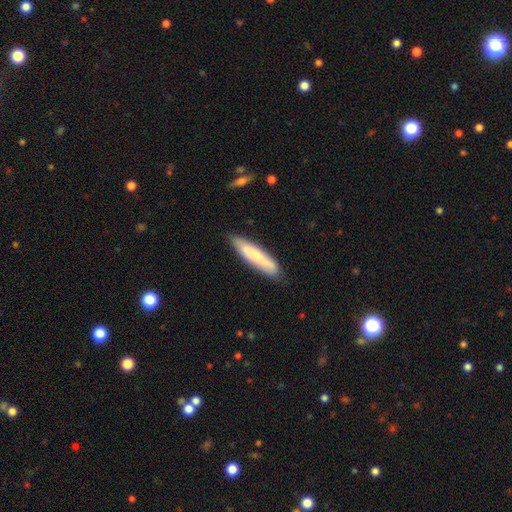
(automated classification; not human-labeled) This is likely a smooth galaxy (66%). How rounded: likely cigar-shaped (79%). Merging: clearly none (81%).